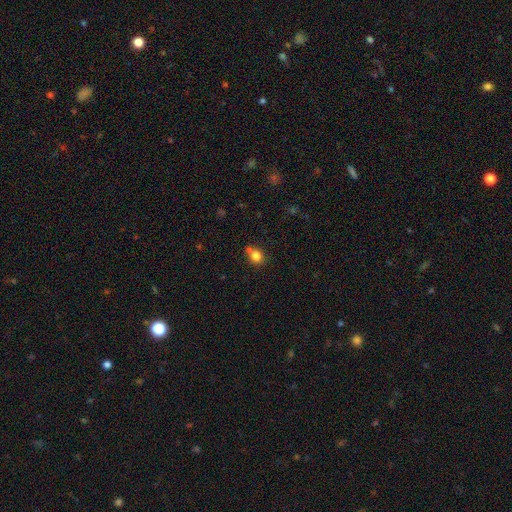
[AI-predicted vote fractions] smooth 81%, star or artifact 12%, featured or disk 7%. Down the decision tree: how rounded — round (77%); merging — none (61%).